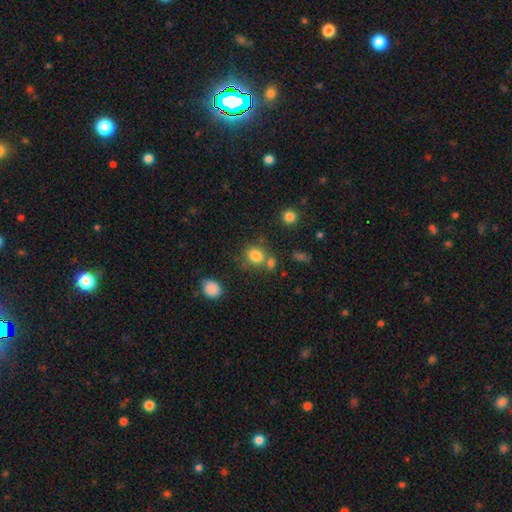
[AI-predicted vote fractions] A smooth galaxy with no disk features (80%) that is round (61%). Merging: none (58%).